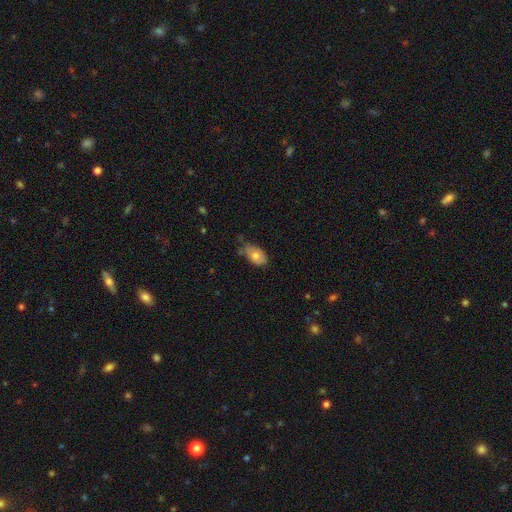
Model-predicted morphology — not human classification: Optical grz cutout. It shows a smooth galaxy with no disk features (68%) that is in between round and cigar-shaped (89%). Merging: none (53%).